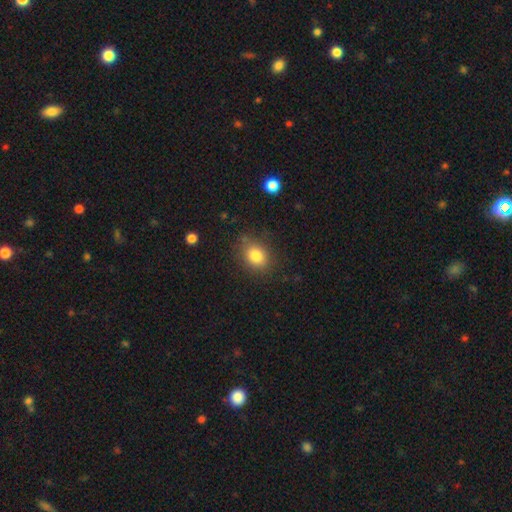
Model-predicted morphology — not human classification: Smooth or featured: smooth — 82% (star or artifact — 10%)
How rounded: in between — 51% (round — 48%)
Merging: none — 81% (minor disturbance — 13%)